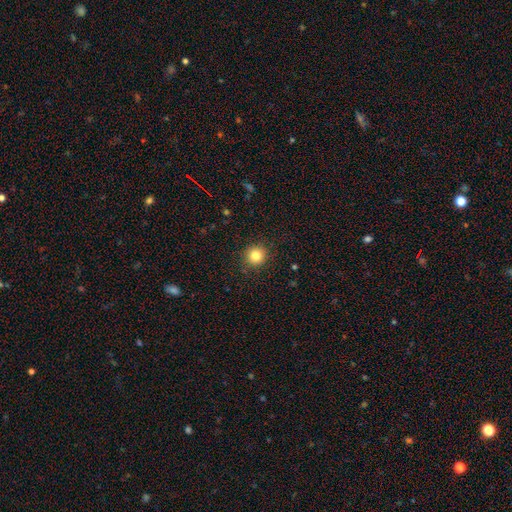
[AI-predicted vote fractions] Smooth or featured? smooth (83%)
How rounded? round (93%)
Merging? none (90%)